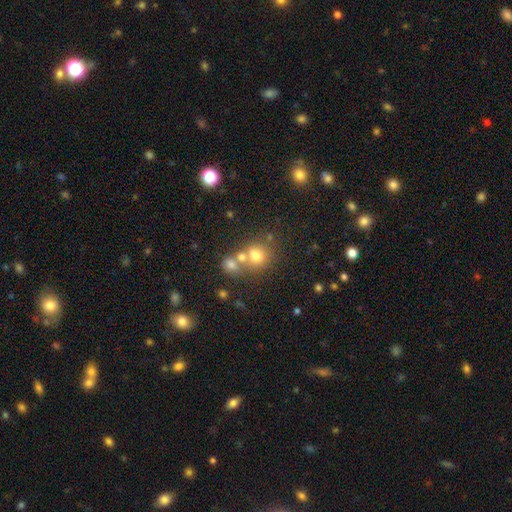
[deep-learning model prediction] A smooth galaxy with no disk features (67%) that is round (73%). Merging: none (44%).